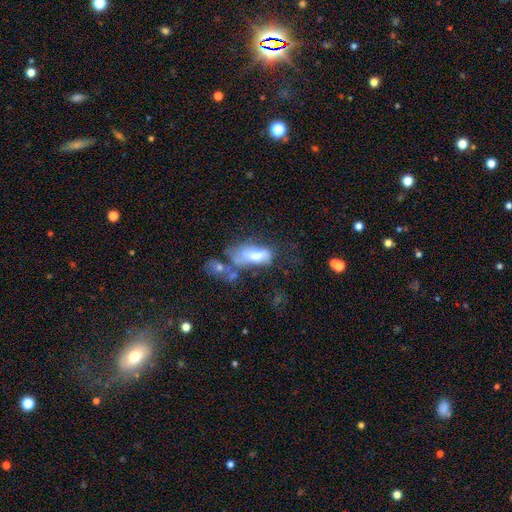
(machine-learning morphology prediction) Q: Smooth or featured?
A: smooth (49%); runner-up: featured or disk (41%)
Q: Merging?
A: merger (32%); runner-up: major disturbance (31%)